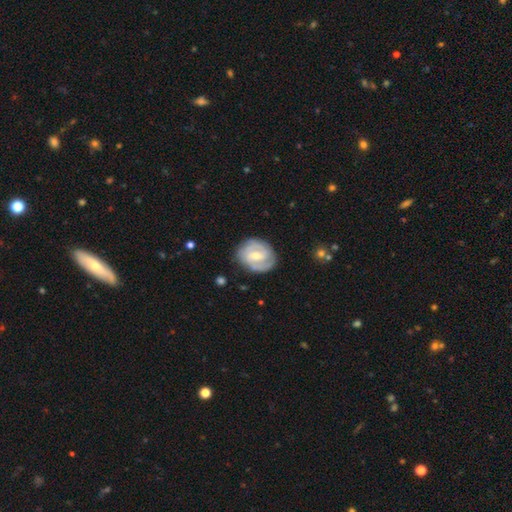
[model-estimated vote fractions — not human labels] Smooth or featured?
  - featured or disk: 78% *
  - smooth: 17%
  - star or artifact: 5%
Edge-on disk?
  - no: 98% *
  - yes: 2%
Bar?
  - weak: 56% *
  - no: 22%
  - strong: 21%
Spiral arms?
  - yes: 91% *
  - no: 9%
Spiral winding?
  - tight: 53% *
  - medium: 37%
  - loose: 10%
Spiral arm count?
  - 2: 68% *
  - can't tell: 15%
  - 3: 10%
  - 1: 3%
  - 4: 2%
  - more than 4: 2%
Bulge size?
  - moderate: 50% *
  - small: 46%
  - large: 2%
  - none: 2%
  - dominant: 1%
Merging?
  - none: 79% *
  - minor disturbance: 15%
  - major disturbance: 5%
  - merger: 1%